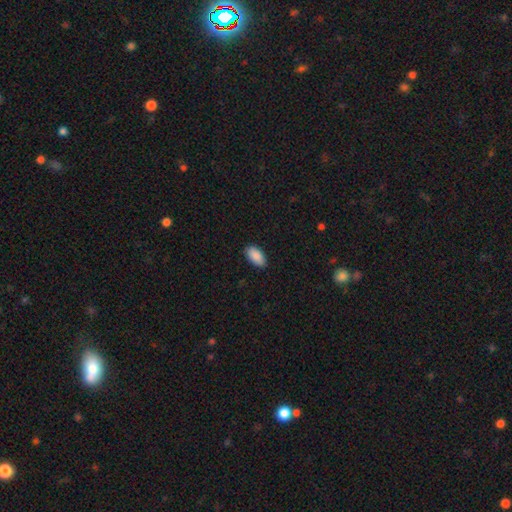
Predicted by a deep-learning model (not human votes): This appears to be a smooth galaxy with no disk features (90%) that is in between round and cigar-shaped (94%). Merging: none (87%).